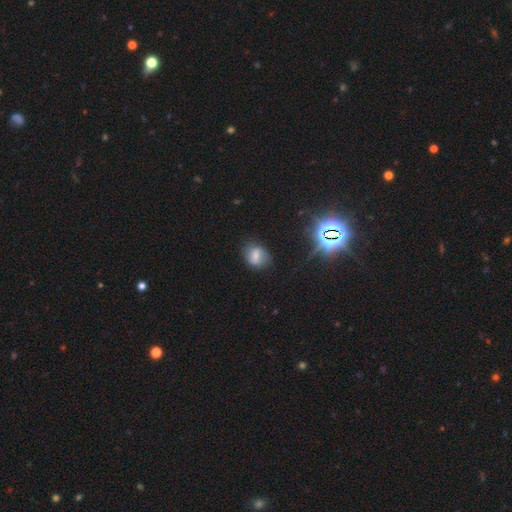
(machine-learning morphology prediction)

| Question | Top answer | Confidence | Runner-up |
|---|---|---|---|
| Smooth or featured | smooth | 60% | featured or disk (25%) |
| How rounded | in between | 52% | round (46%) |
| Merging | none | 70% | minor disturbance (21%) |